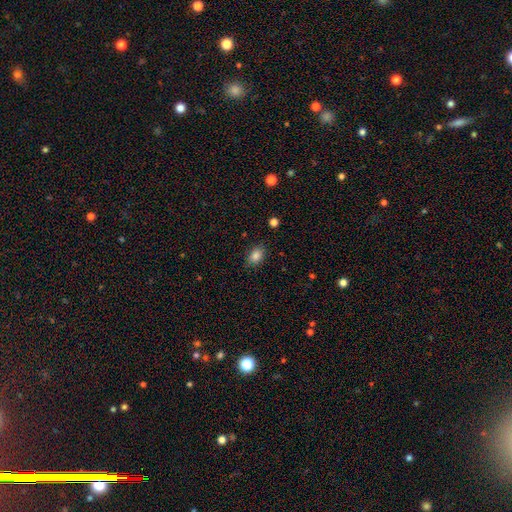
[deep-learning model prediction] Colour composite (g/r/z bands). It shows a smooth galaxy with no disk features (85%) that is in between round and cigar-shaped (80%). Merging: none (84%).